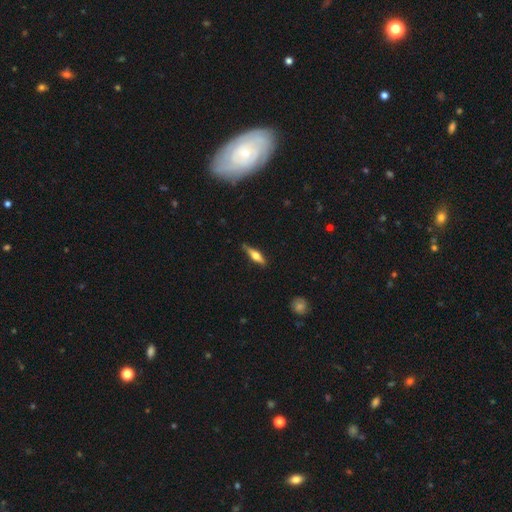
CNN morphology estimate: A featured or disk galaxy (49%). Merging: none (81%).